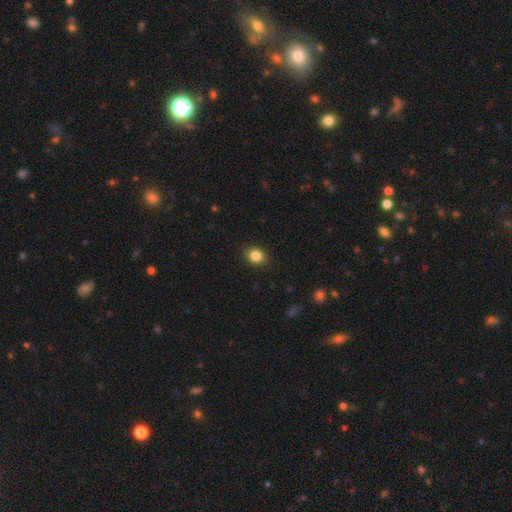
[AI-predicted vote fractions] A smooth galaxy with no disk features (85%) that is round (52%).

Vote fractions:
- Smooth or featured? smooth: 85% / star or artifact: 10% / featured or disk: 5%
- How rounded? round: 52% / in between: 47% / cigar-shaped: 1%
- Merging? none: 88% / minor disturbance: 9% / major disturbance: 2% / merger: 1%